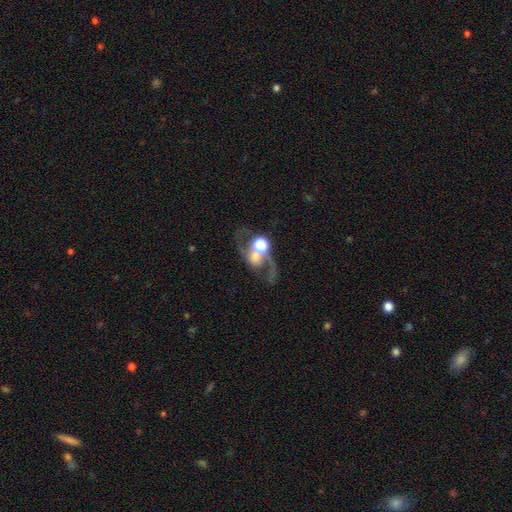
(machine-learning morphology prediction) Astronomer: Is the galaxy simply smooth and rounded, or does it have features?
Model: featured or disk — 66%.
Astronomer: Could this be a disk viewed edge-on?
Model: no — 96%.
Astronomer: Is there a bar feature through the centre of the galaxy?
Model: no — 65%.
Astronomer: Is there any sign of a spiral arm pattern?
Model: yes — 82%.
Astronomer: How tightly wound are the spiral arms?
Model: loose — 63%.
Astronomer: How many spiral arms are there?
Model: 2 — 83%.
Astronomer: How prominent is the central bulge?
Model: moderate — 46% (runner-up: large, 25%).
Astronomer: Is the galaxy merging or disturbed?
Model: merger — 42% (runner-up: none, 34%).